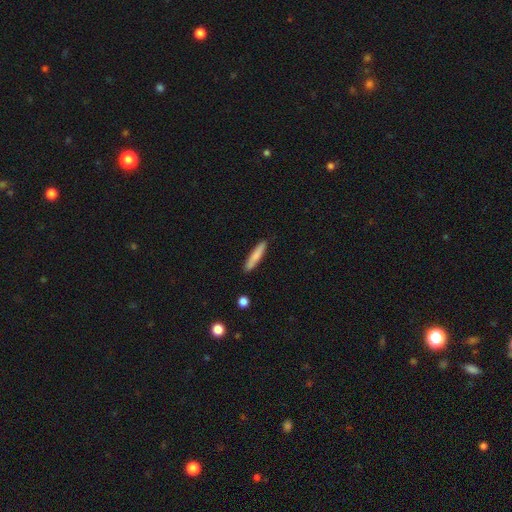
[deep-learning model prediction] Overall: smooth (78%). How rounded: cigar-shaped (90%). Merging: none (86%).